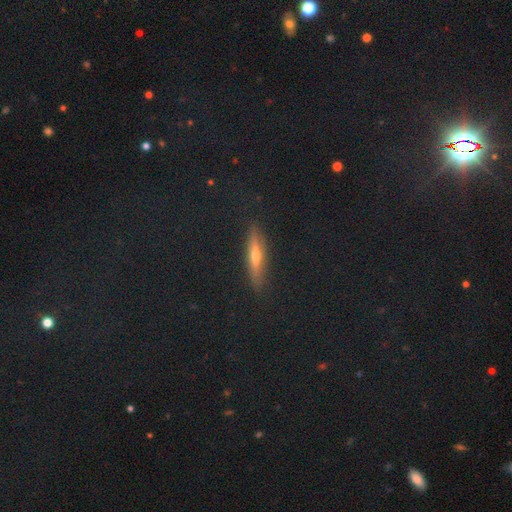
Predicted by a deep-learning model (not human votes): Smooth or featured? Predicted: smooth (p=0.36). Merging? Predicted: none (p=0.89).